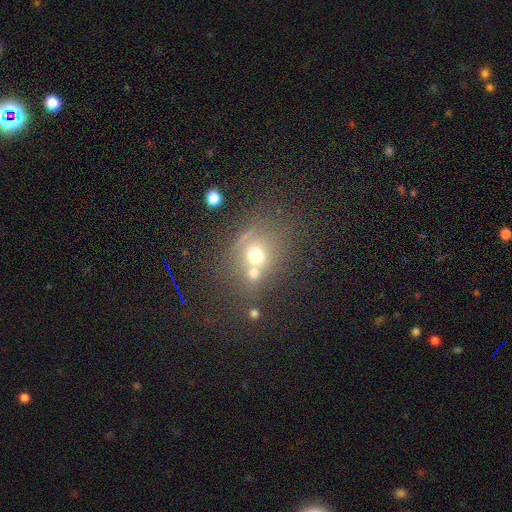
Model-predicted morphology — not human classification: type=smooth (60%); roundness=round (63%); merging=merger (46%).